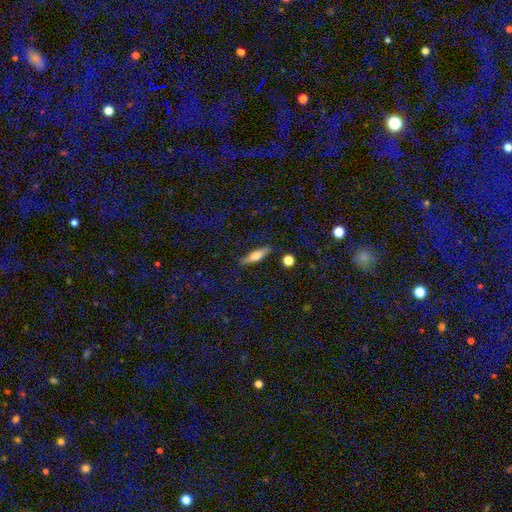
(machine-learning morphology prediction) smooth-or-featured: featured or disk: 50% | smooth: 43% | star or artifact: 7%
  disk-edge-on: yes: 93% | no: 7%
  merging: none: 85% | minor disturbance: 10% | major disturbance: 3% | merger: 2%